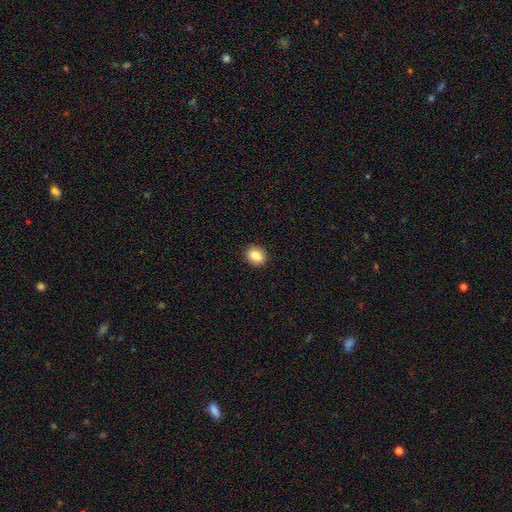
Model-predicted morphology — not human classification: smooth_or_featured: smooth (p=0.86) [alt: star or artifact p=0.09]
how_rounded: round (p=0.58) [alt: in between p=0.41]
merging: none (p=0.91) [alt: minor disturbance p=0.06]